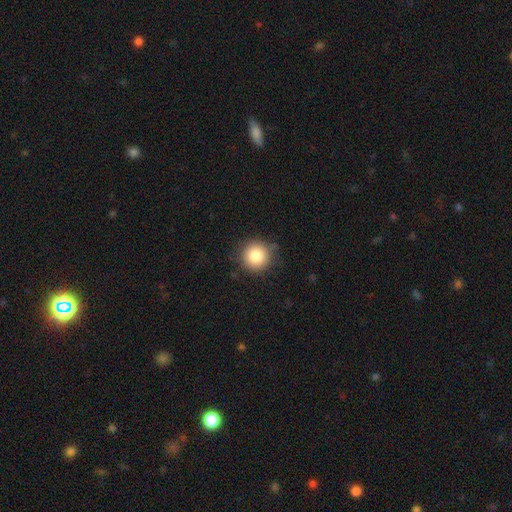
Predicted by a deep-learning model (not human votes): Morphology: type=smooth (84%); roundness=round (94%); merging=none (84%).